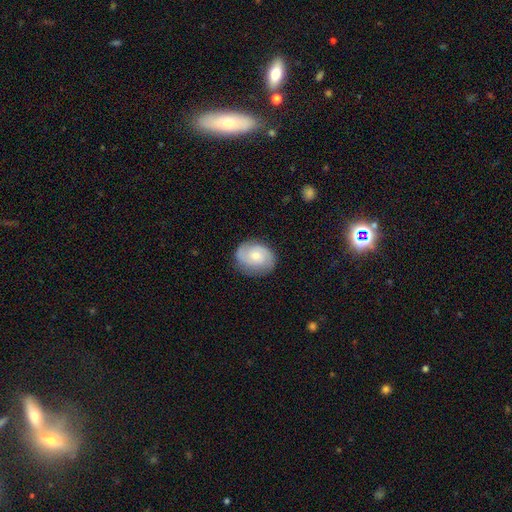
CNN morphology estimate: Smooth or featured? Predicted: featured or disk (p=0.56). Edge-on disk? Predicted: no (p=0.97). Bar? Predicted: no (p=0.69). Spiral arms? Predicted: yes (p=0.90). Bulge size? Predicted: moderate (p=0.48). Merging? Predicted: none (p=0.80).